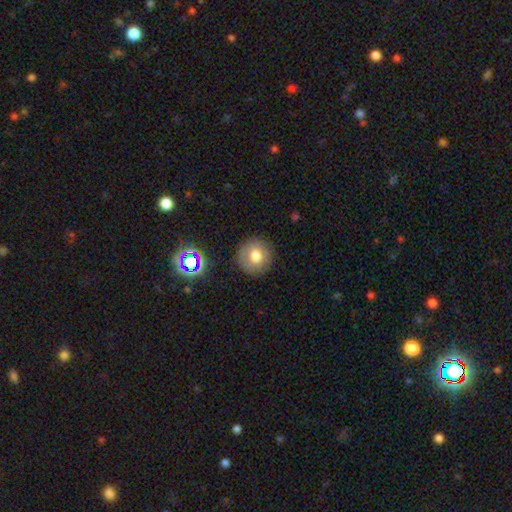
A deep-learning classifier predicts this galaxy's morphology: Smooth or featured: smooth — 71% (featured or disk — 17%)
How rounded: round — 91% (in between — 8%)
Merging: none — 86% (minor disturbance — 9%)